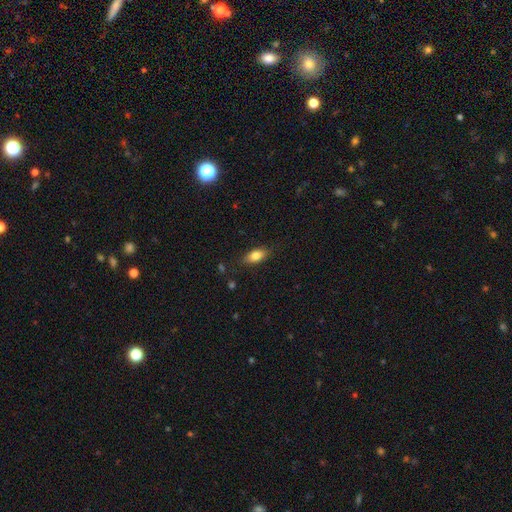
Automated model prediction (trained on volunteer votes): The model was most divided on "merging": none: 83%, minor disturbance: 13%, major disturbance: 3%, merger: 1%. More confident: how rounded — in between (86%); smooth or featured — smooth (82%).